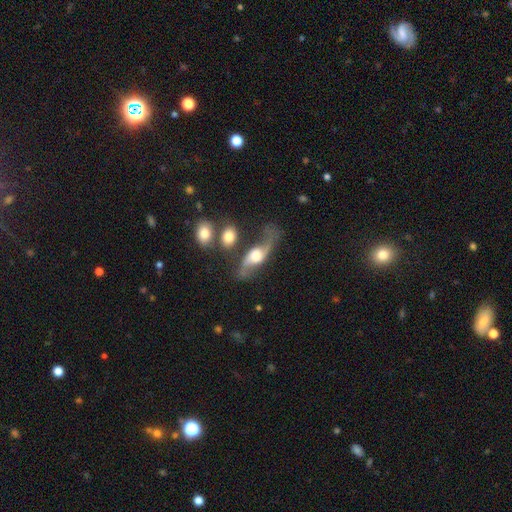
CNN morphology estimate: A featured or disk galaxy (79%) with no bar (56%), 2 (92%) loose (85%) spiral arms (92%) and a large central bulge (43%).

Vote fractions:
- Smooth or featured? featured or disk: 79% / smooth: 15% / star or artifact: 6%
- Edge-on disk? no: 79% / yes: 21%
- Bar? no: 56% / weak: 33% / strong: 12%
- Spiral arms? yes: 92% / no: 8%
- Spiral winding? loose: 85% / medium: 12% / tight: 3%
- Spiral arm count? 2: 92% / 1: 3% / can't tell: 2% / 3: 1% / 4: 1% / more than 4: 1%
- Bulge size? large: 43% / moderate: 39% / small: 8% / dominant: 7% / none: 3%
- Merging? none: 56% / minor disturbance: 20% / major disturbance: 16% / merger: 8%